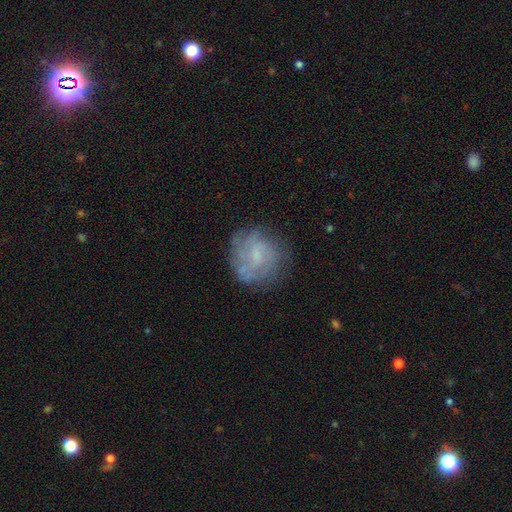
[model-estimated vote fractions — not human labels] The model was most divided on "bulge size" (2-way tie): small: 38%, none: 38%, moderate: 21%, large: 2%, dominant: 1%. More confident: edge-on disk — no (98%); spiral arms — yes (73%); merging — none (70%); smooth or featured — featured or disk (60%); bar — no (52%).